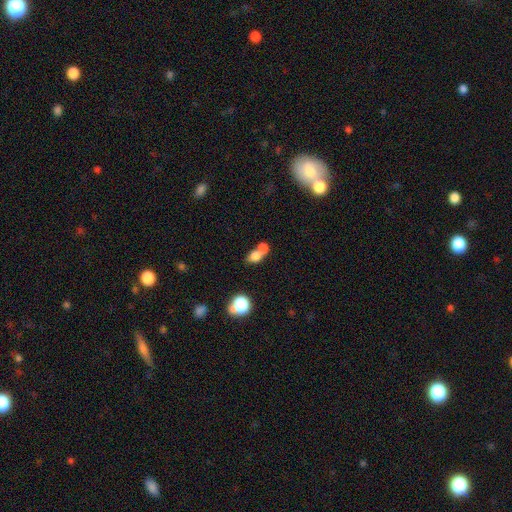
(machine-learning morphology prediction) A smooth galaxy with no disk features (74%) that is in between round and cigar-shaped (54%). Merging: merger (61%).